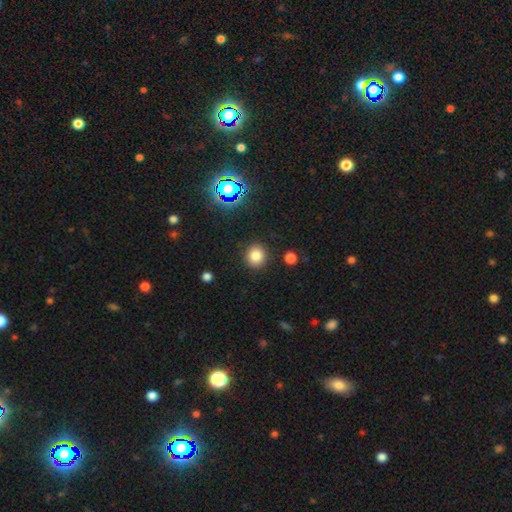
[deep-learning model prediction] smooth 80%, star or artifact 14%, featured or disk 6%. Down the decision tree: how rounded — round (88%); merging — none (89%).